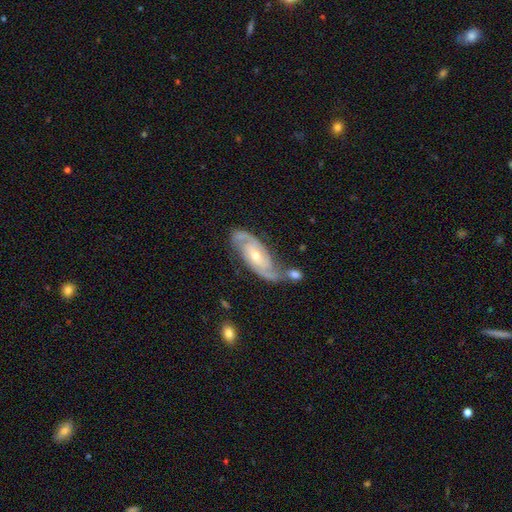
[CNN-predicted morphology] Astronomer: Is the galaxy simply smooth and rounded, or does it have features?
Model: featured or disk — 89%.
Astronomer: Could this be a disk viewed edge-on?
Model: no — 95%.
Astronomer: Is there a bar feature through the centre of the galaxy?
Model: no — 52% (runner-up: weak, 35%).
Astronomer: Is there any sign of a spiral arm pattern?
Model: yes — 98%.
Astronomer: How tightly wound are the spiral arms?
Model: tight — 47% (runner-up: medium, 42%).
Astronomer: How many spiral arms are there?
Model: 2 — 86%.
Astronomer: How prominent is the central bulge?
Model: small — 49% (runner-up: moderate, 47%).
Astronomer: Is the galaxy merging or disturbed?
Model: none — 60%.